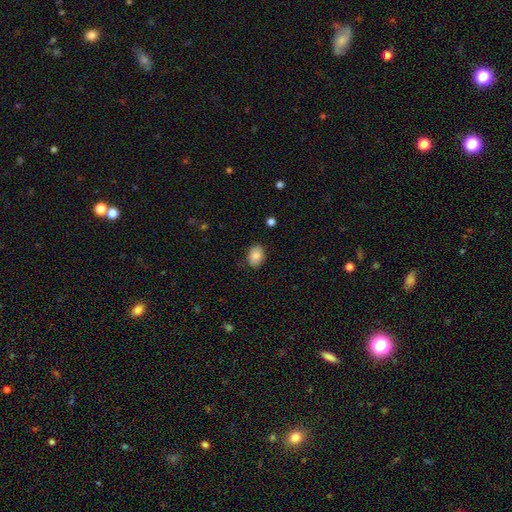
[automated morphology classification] Smooth or featured? Predicted: smooth (p=0.85). How rounded? Predicted: in between (p=0.75). Merging? Predicted: none (p=0.83).